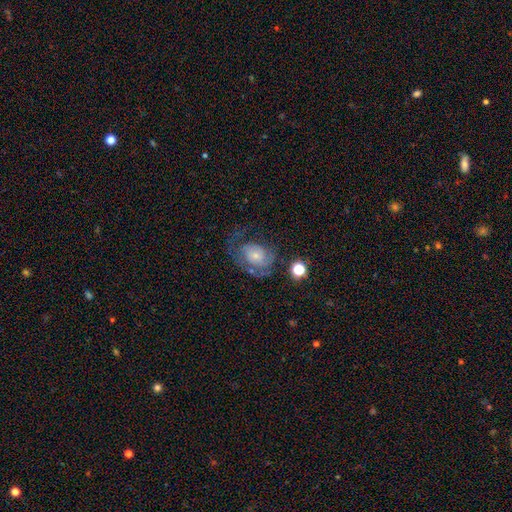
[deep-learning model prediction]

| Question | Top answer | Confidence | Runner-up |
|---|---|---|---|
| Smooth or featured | featured or disk | 60% | smooth (30%) |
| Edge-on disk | no | 97% | yes (3%) |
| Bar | no | 77% | weak (19%) |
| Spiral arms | yes | 77% | no (23%) |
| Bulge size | small | 70% | moderate (20%) |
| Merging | none | 41% | major disturbance (33%) |